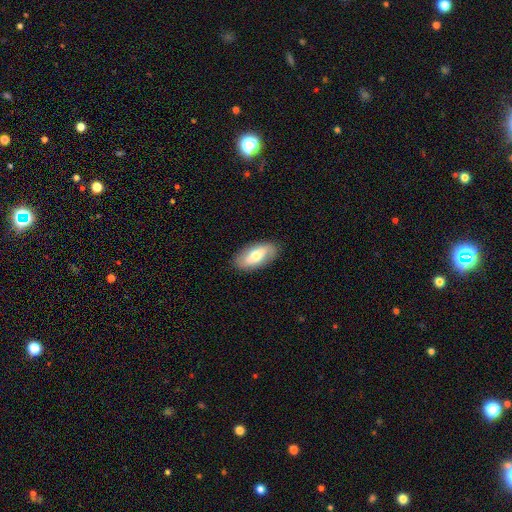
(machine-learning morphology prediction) This appears to be a smooth galaxy with no disk features (55%) that is in between round and cigar-shaped (90%). Merging: none (86%).